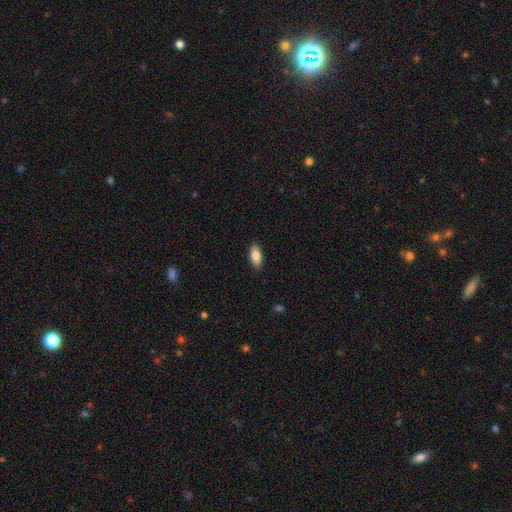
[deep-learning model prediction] smooth-or-featured: smooth: 82% | featured or disk: 11% | star or artifact: 7%
  how-rounded: in between: 87% | cigar-shaped: 11% | round: 3%
  merging: none: 88% | minor disturbance: 9% | major disturbance: 2% | merger: 1%